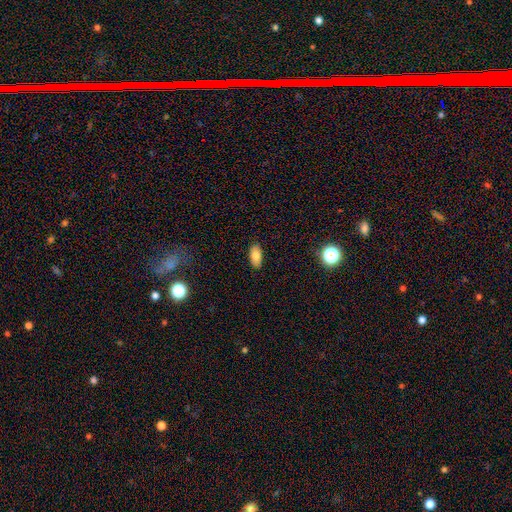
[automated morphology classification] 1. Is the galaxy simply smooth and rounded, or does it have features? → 81% smooth, 10% featured or disk, 9% star or artifact.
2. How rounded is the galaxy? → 91% in between, 6% cigar-shaped, 3% round.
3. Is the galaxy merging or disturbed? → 88% none, 9% minor disturbance, 2% major disturbance, 1% merger.